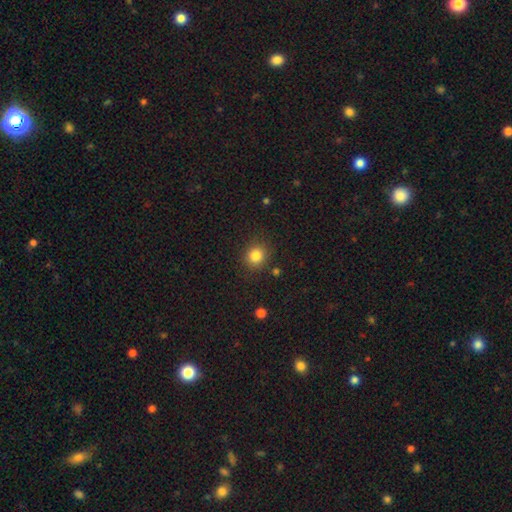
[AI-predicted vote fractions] Smooth or featured? Predicted: smooth (p=0.84). How rounded? Predicted: round (p=0.84). Merging? Predicted: none (p=0.87).